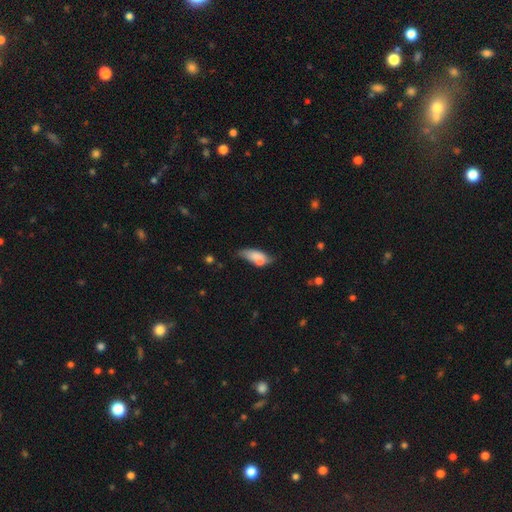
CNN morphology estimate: The model was most divided on "merging": none: 37%, minor disturbance: 32%, merger: 19%, major disturbance: 12%. More confident: how rounded — in between (79%); smooth or featured — smooth (71%).